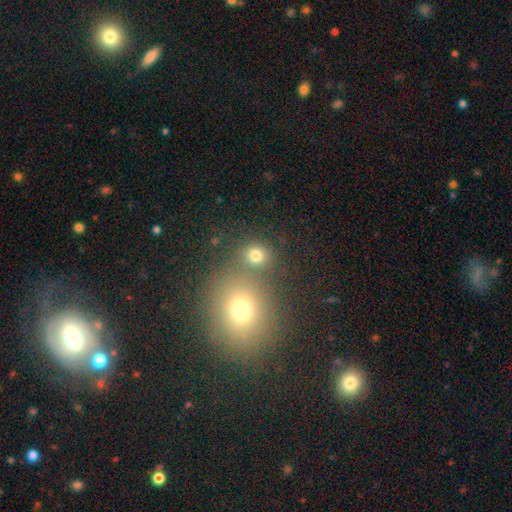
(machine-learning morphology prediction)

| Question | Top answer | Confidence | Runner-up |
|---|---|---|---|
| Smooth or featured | smooth | 75% | star or artifact (17%) |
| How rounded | round | 84% | in between (15%) |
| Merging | none | 61% | merger (28%) |